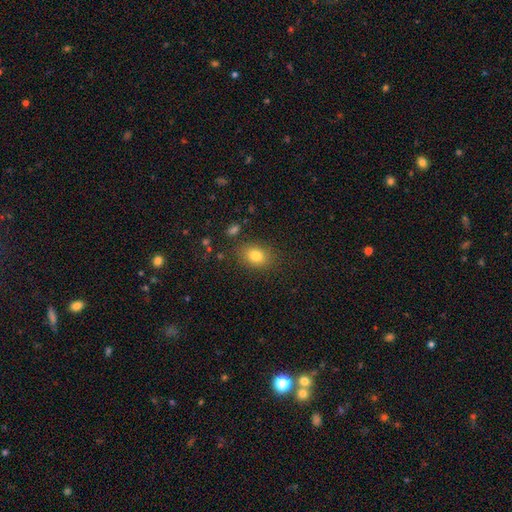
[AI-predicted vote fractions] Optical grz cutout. It shows a smooth galaxy with no disk features (81%) that is in between round and cigar-shaped (67%). Merging: none (83%).